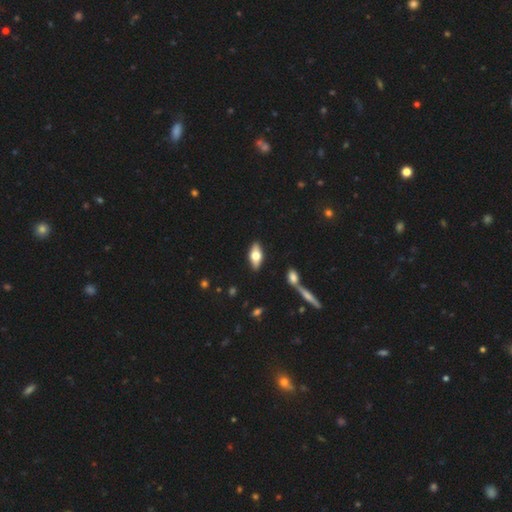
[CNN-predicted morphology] Q: Smooth or featured?
A: smooth (54%); runner-up: featured or disk (40%)
Q: How rounded?
A: in between (76%); runner-up: cigar-shaped (21%)
Q: Merging?
A: none (85%); runner-up: minor disturbance (9%)